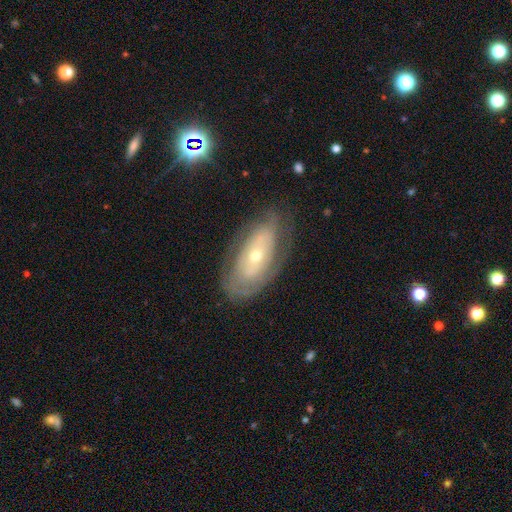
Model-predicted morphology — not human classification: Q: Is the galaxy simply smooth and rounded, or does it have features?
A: featured or disk — 67%.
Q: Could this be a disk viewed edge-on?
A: no — 88%.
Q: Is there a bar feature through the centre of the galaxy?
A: no — 81%.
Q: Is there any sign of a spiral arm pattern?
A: yes — 57%.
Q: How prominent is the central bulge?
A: small — 54%.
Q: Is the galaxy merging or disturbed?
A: none — 71%.